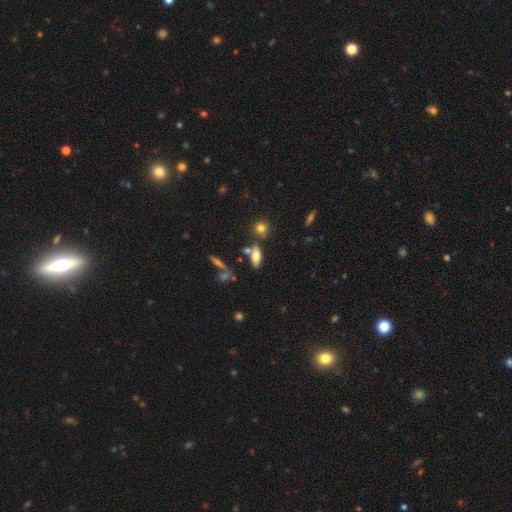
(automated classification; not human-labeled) Morphology: type=smooth (70%); roundness=in between (74%); merging=none (63%).